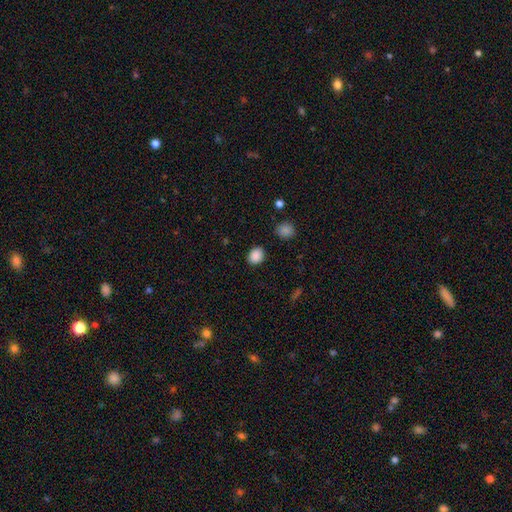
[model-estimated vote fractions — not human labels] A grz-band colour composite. It shows a smooth galaxy with no disk features (88%) that is in between round and cigar-shaped (50%). Merging: none (86%).